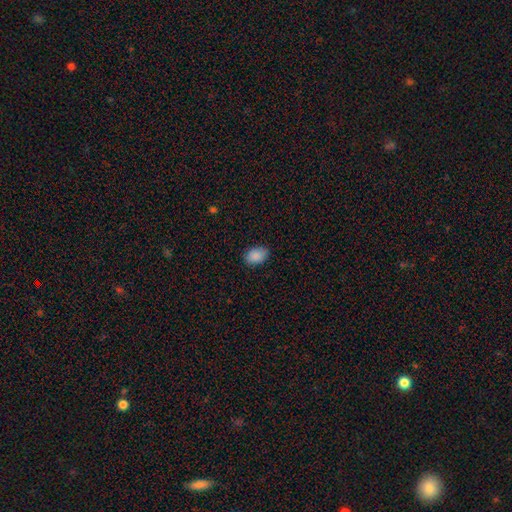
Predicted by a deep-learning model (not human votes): smooth_or_featured: smooth (p=0.88) [alt: star or artifact p=0.08]
how_rounded: in between (p=0.80) [alt: round p=0.19]
merging: none (p=0.82) [alt: minor disturbance p=0.15]